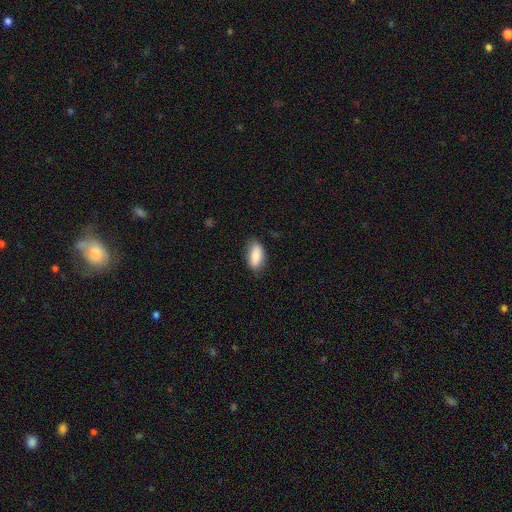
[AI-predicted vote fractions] Smooth or featured: smooth — 83% (featured or disk — 11%)
How rounded: in between — 87% (cigar-shaped — 10%)
Merging: none — 79% (minor disturbance — 17%)